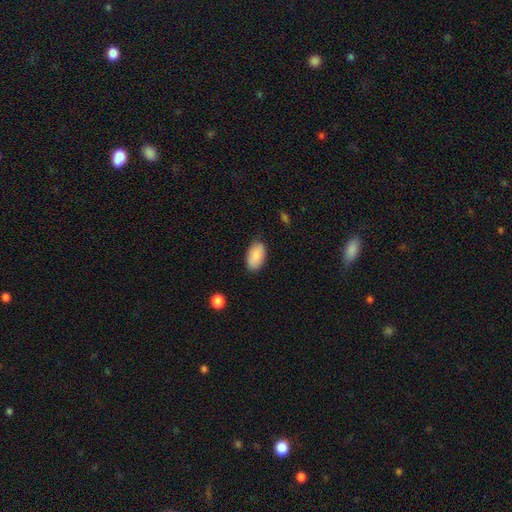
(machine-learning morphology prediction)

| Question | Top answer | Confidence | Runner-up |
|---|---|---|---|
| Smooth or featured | smooth | 87% | featured or disk (7%) |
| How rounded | in between | 94% | round (4%) |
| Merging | none | 82% | minor disturbance (14%) |